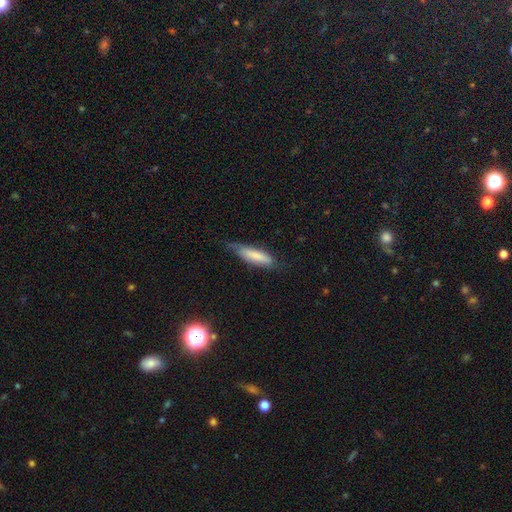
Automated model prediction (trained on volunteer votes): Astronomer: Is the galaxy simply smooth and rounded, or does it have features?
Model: smooth — 74%.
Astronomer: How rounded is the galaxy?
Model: cigar-shaped — 65%.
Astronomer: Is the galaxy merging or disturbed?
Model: none — 60%.